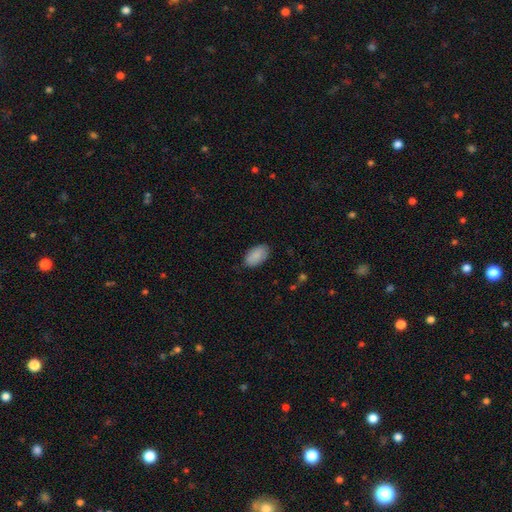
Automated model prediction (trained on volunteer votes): Smooth or featured? Predicted: smooth (p=0.88). How rounded? Predicted: in between (p=0.95). Merging? Predicted: none (p=0.83).